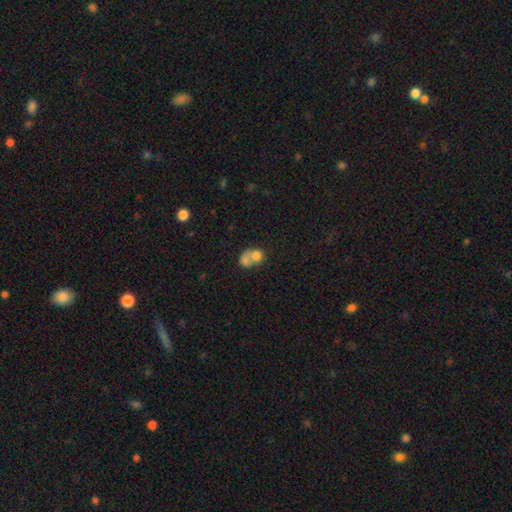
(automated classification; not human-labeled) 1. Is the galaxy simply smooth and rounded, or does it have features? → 71% smooth, 19% featured or disk, 10% star or artifact.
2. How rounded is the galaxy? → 52% round, 47% in between, 1% cigar-shaped.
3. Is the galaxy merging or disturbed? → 67% merger, 19% none, 7% major disturbance, 7% minor disturbance.